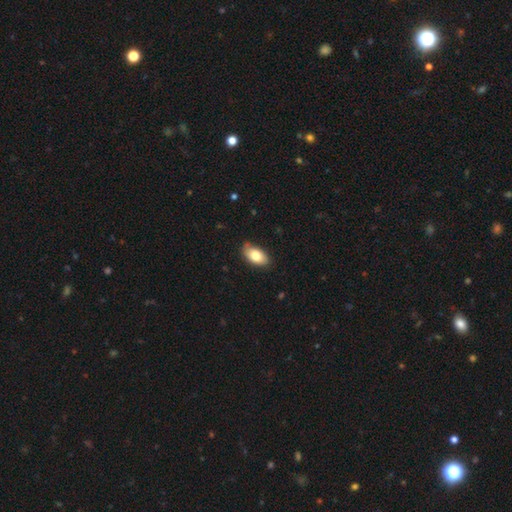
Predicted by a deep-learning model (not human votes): A smooth galaxy with no disk features (80%) that is in between round and cigar-shaped (94%).

Vote fractions:
- Smooth or featured? smooth: 80% / featured or disk: 13% / star or artifact: 7%
- How rounded? in between: 94% / round: 4% / cigar-shaped: 3%
- Merging? none: 78% / minor disturbance: 18% / major disturbance: 3% / merger: 1%